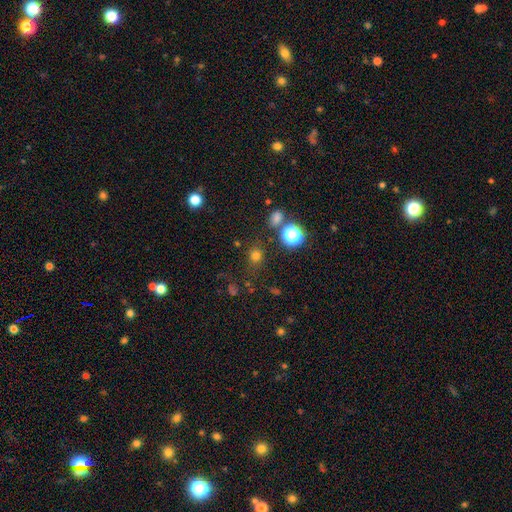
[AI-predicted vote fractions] The model was most divided on "smooth or featured": smooth: 70%, star or artifact: 23%, featured or disk: 7%. More confident: how rounded — round (83%); merging — none (78%).